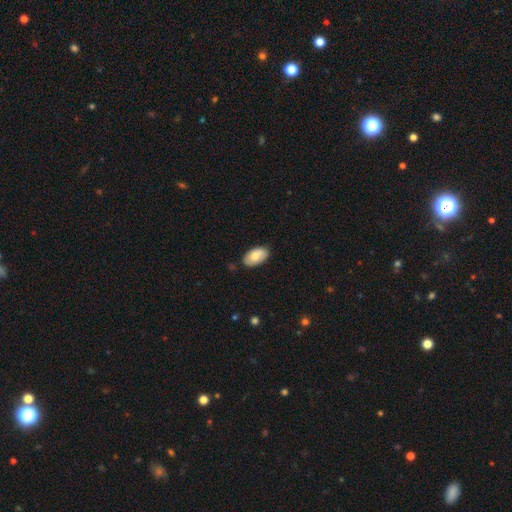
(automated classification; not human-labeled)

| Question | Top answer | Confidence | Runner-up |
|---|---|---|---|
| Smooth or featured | smooth | 77% | featured or disk (17%) |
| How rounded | in between | 95% | round (4%) |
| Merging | none | 82% | minor disturbance (14%) |